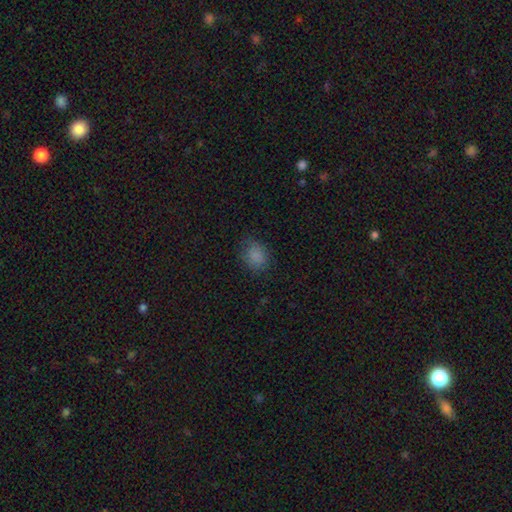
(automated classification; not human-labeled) smooth-or-featured: smooth: 84% | star or artifact: 11% | featured or disk: 5%
  how-rounded: round: 53% | in between: 46% | cigar-shaped: 1%
  merging: none: 78% | minor disturbance: 16% | major disturbance: 5% | merger: 1%